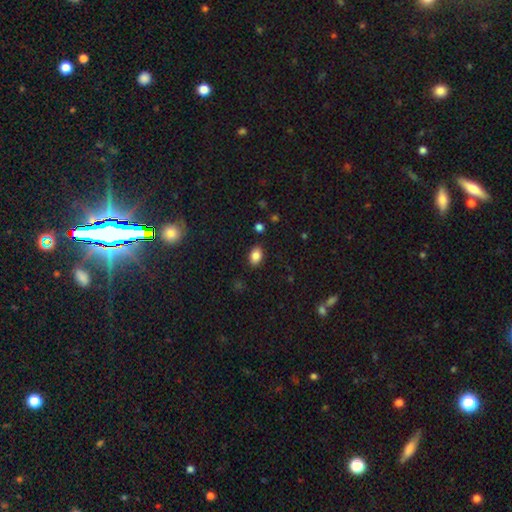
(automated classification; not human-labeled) Smooth or featured? smooth (85%)
How rounded? in between (85%)
Merging? none (86%)